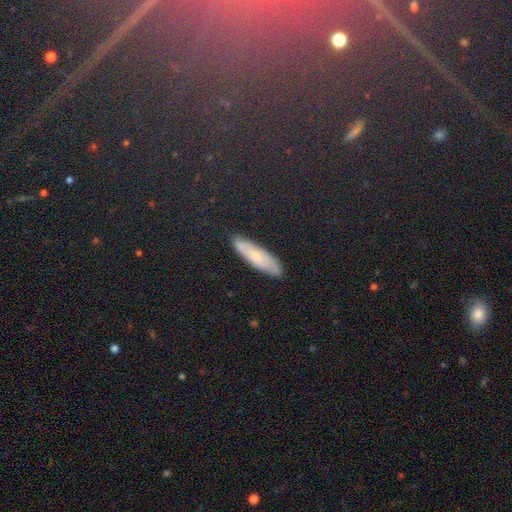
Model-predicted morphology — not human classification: The model was most divided on "smooth or featured": smooth: 57%, featured or disk: 30%, star or artifact: 13%. More confident: merging — none (86%); how rounded — cigar-shaped (71%).